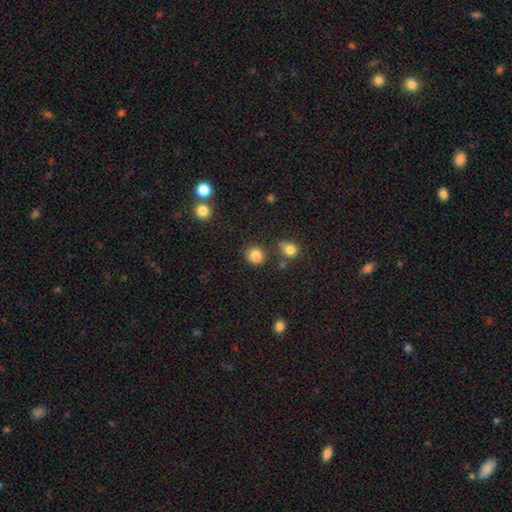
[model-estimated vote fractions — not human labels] Smooth or featured: smooth — 84% (star or artifact — 12%)
How rounded: round — 74% (in between — 25%)
Merging: none — 74% (minor disturbance — 13%)